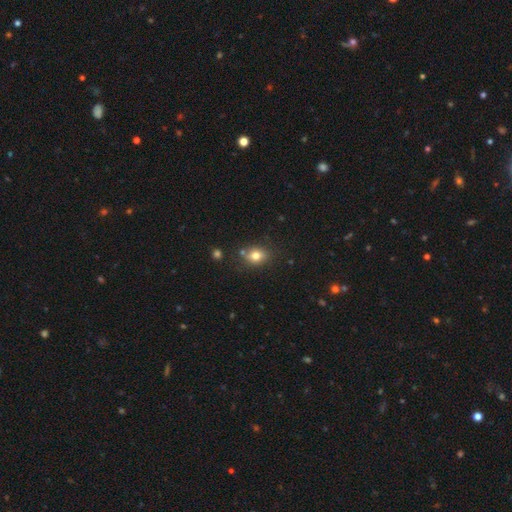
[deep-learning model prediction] A smooth galaxy with no disk features (78%) that is in between round and cigar-shaped (49%, tied with round).

Vote fractions:
- Smooth or featured? smooth: 78% / star or artifact: 12% / featured or disk: 10%
- How rounded? in between: 49% (tied) / round: 49% (tied) / cigar-shaped: 1%
- Merging? none: 73% / minor disturbance: 15% / merger: 9% / major disturbance: 4%